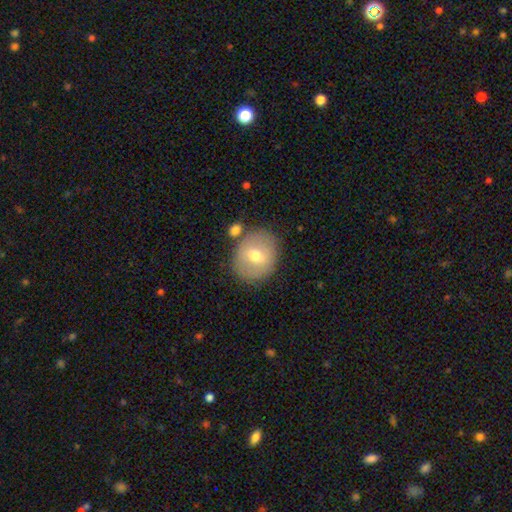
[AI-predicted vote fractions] Smooth or featured? smooth (60%)
How rounded? round (74%)
Merging? none (77%)